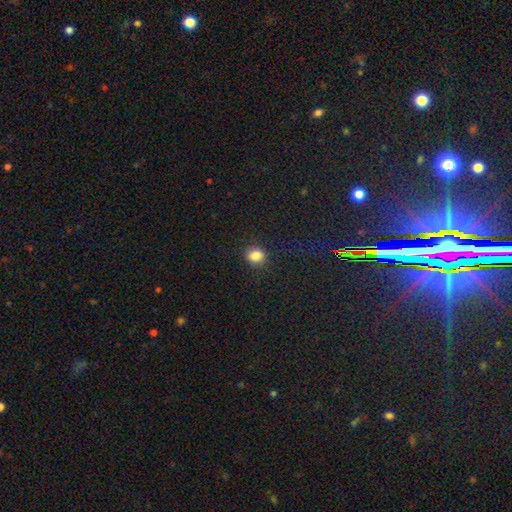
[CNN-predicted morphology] A smooth galaxy with no disk features (84%) that is round (72%).

Vote fractions:
- Smooth or featured? smooth: 84% / star or artifact: 11% / featured or disk: 5%
- How rounded? round: 72% / in between: 27% / cigar-shaped: 1%
- Merging? none: 89% / minor disturbance: 7% / major disturbance: 2% / merger: 1%